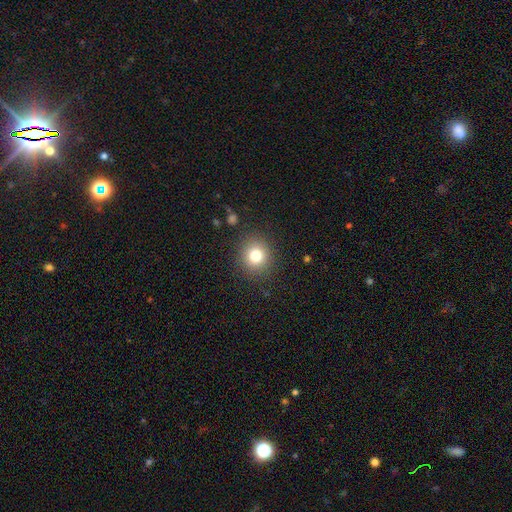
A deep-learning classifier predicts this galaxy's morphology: Smooth or featured: smooth — 79% (star or artifact — 13%)
How rounded: round — 87% (in between — 12%)
Merging: none — 88% (minor disturbance — 7%)